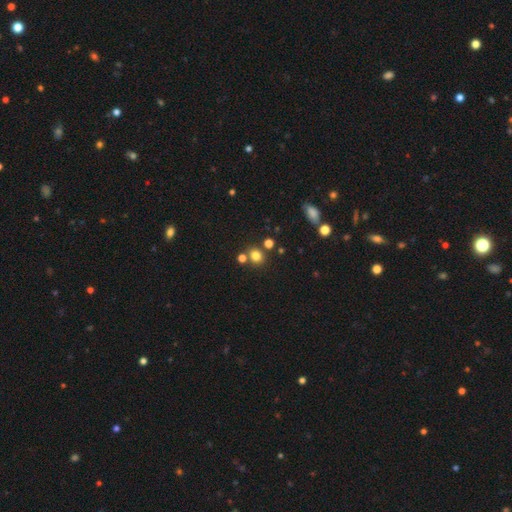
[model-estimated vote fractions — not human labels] Smooth or featured? smooth (77%)
How rounded? round (75%)
Merging? none (73%)